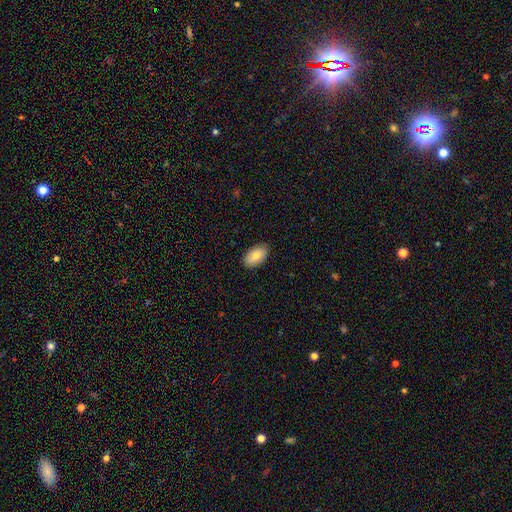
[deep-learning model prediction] Morphology: type=smooth (82%); roundness=in between (94%); merging=none (88%).